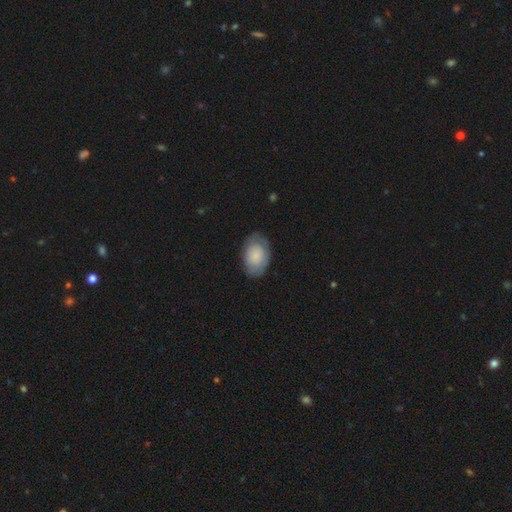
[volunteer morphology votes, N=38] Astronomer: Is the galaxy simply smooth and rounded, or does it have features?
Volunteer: smooth — 66%.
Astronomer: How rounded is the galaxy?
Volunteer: in between — 92%.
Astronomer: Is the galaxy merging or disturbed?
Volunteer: none — 71%.